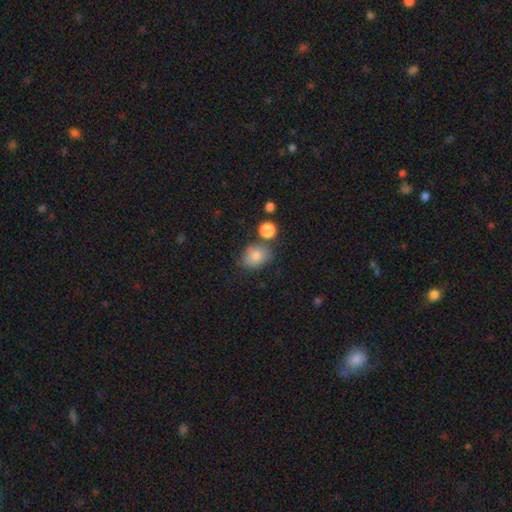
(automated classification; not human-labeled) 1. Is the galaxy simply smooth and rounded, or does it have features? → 80% smooth, 11% star or artifact, 10% featured or disk.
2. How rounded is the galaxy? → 54% in between, 45% round, 1% cigar-shaped.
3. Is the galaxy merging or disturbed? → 69% none, 16% minor disturbance, 11% merger, 4% major disturbance.